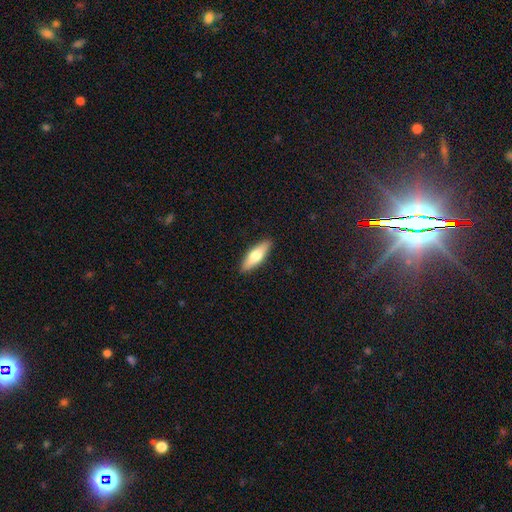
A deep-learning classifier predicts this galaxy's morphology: smooth 62%, featured or disk 32%, star or artifact 5%. Down the decision tree: how rounded — in between (50%); merging — none (90%).